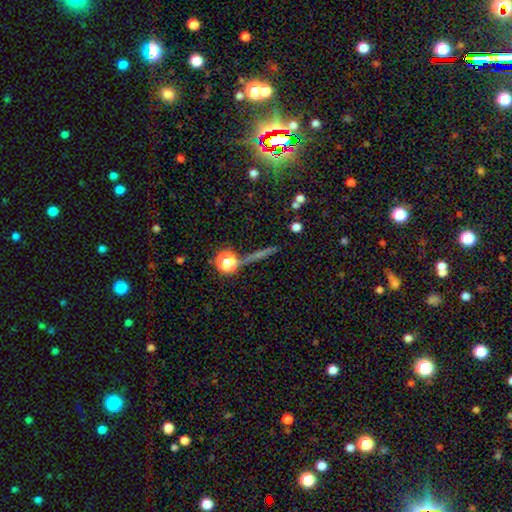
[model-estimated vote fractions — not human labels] The model was most divided on "smooth or featured": star or artifact: 55%, featured or disk: 23%, smooth: 22%.